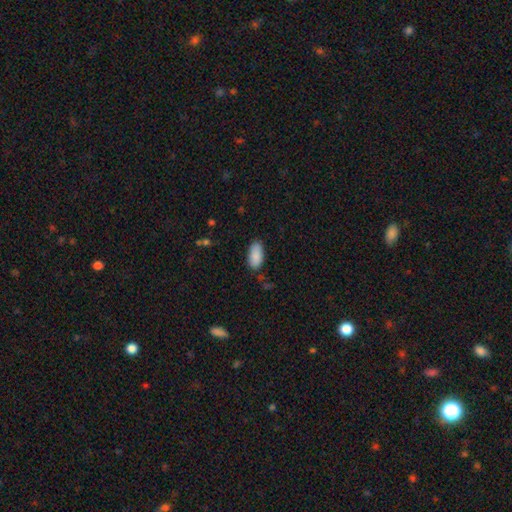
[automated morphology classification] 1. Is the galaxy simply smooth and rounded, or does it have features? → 88% smooth, 6% star or artifact, 5% featured or disk.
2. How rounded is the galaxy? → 93% in between, 5% cigar-shaped, 2% round.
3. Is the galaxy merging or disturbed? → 80% none, 16% minor disturbance, 3% major disturbance, 2% merger.